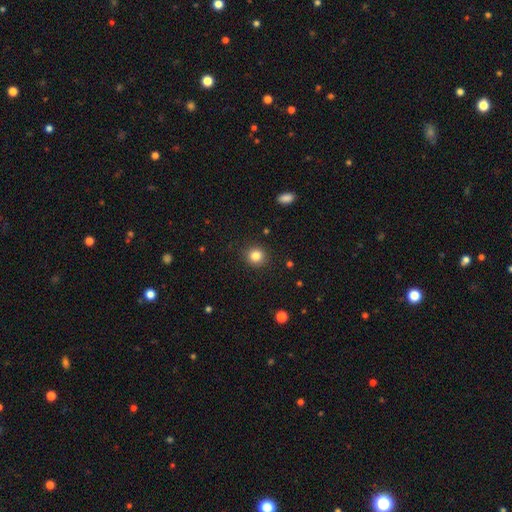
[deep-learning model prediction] Q: Smooth or featured?
A: smooth (83%); runner-up: star or artifact (11%)
Q: How rounded?
A: round (90%); runner-up: in between (9%)
Q: Merging?
A: none (91%); runner-up: minor disturbance (6%)